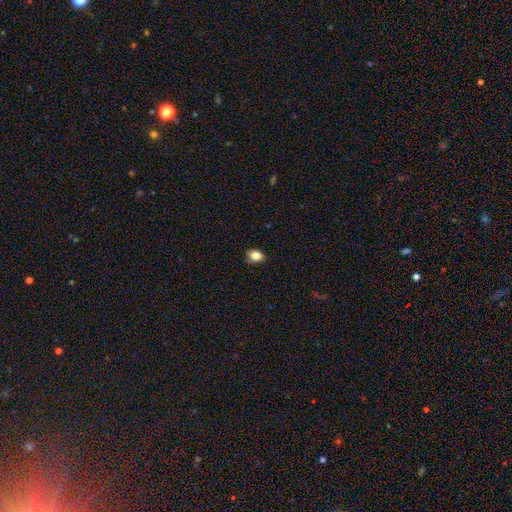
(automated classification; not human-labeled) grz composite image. It shows a smooth galaxy with no disk features (83%) that is in between round and cigar-shaped (64%). Merging: none (80%).